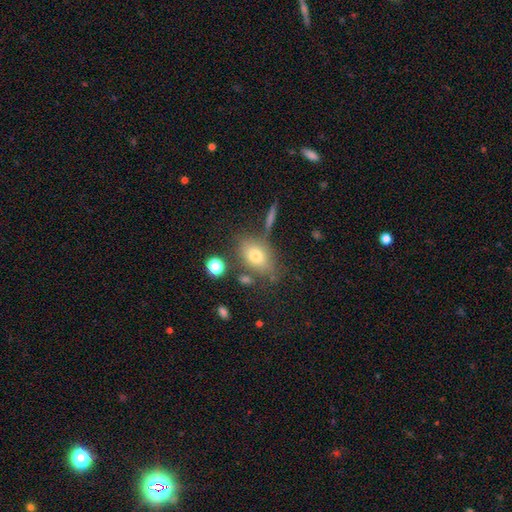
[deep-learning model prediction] Smooth or featured? Predicted: smooth (p=0.71). How rounded? Predicted: in between (p=0.76). Merging? Predicted: none (p=0.68).